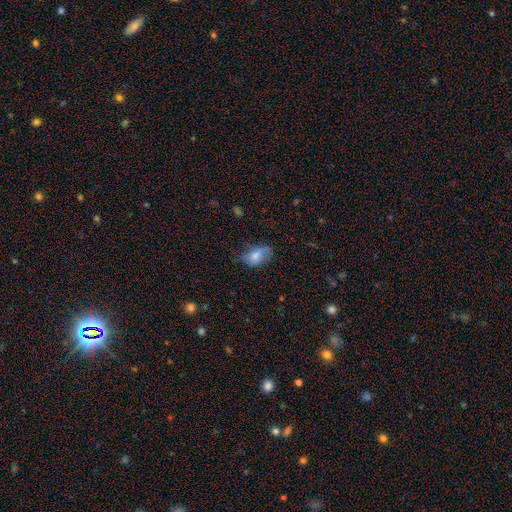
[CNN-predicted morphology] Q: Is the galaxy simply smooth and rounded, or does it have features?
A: smooth — 73%.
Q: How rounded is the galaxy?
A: in between — 89%.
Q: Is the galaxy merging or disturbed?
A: none — 53%.